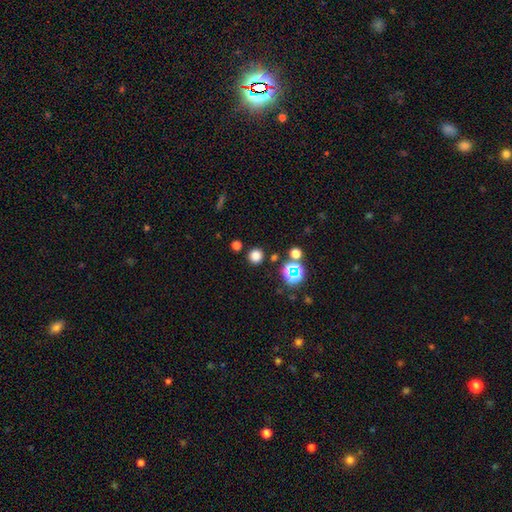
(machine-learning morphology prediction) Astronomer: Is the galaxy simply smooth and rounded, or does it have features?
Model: smooth — 76%.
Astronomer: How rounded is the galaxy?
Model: round — 93%.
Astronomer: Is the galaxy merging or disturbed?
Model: none — 88%.